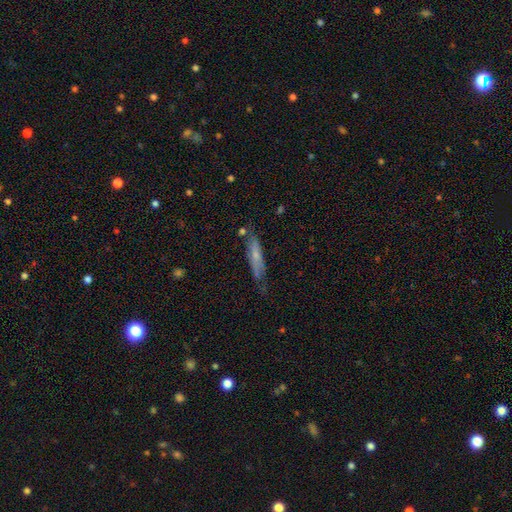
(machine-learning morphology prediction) Smooth or featured?
  - smooth: 55% *
  - featured or disk: 39%
  - star or artifact: 7%
How rounded?
  - cigar-shaped: 83% *
  - in between: 15%
  - round: 2%
Merging?
  - none: 67% *
  - minor disturbance: 24%
  - major disturbance: 5%
  - merger: 4%